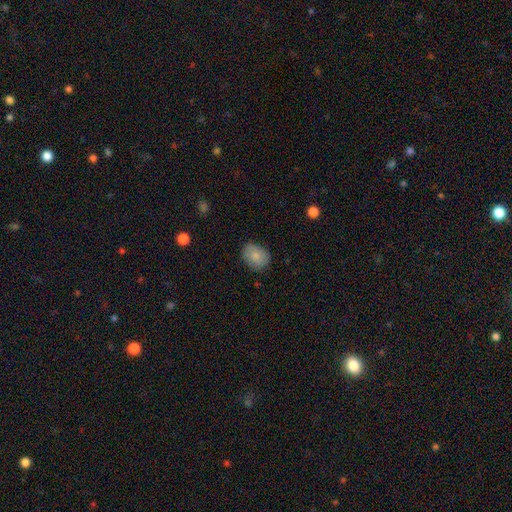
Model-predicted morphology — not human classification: This appears to be a smooth galaxy with no disk features (80%) that is in between round and cigar-shaped (58%). Merging: none (80%).